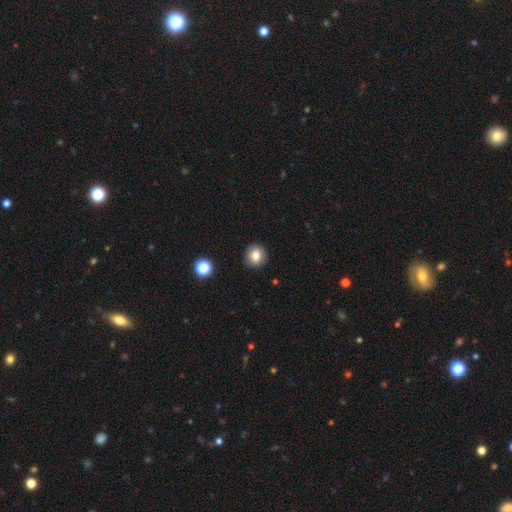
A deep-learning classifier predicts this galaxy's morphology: smooth-or-featured: smooth: 81% | star or artifact: 11% | featured or disk: 8%
  how-rounded: round: 86% | in between: 13% | cigar-shaped: 1%
  merging: none: 90% | minor disturbance: 7% | major disturbance: 2% | merger: 1%